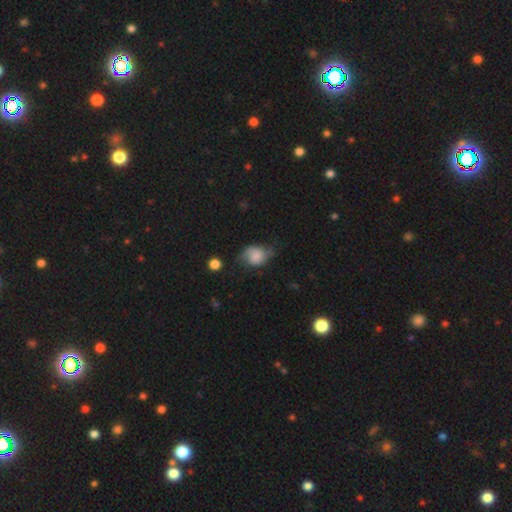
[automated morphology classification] smooth 58%, featured or disk 33%, star or artifact 9%. Down the decision tree: how rounded — in between (53%); merging — none (45%).